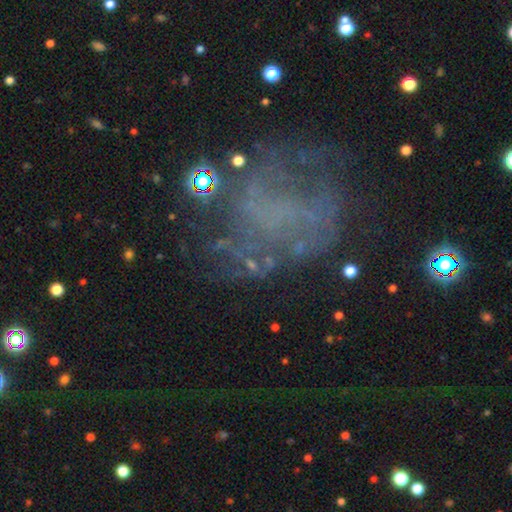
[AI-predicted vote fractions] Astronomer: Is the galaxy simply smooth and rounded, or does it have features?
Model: featured or disk — 59%.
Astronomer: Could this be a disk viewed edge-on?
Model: no — 97%.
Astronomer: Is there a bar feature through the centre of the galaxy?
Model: no — 74%.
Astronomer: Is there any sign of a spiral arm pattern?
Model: yes — 54% (runner-up: no, 46%).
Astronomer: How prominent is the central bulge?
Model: none — 74%.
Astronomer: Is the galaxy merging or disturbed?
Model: none — 55%.